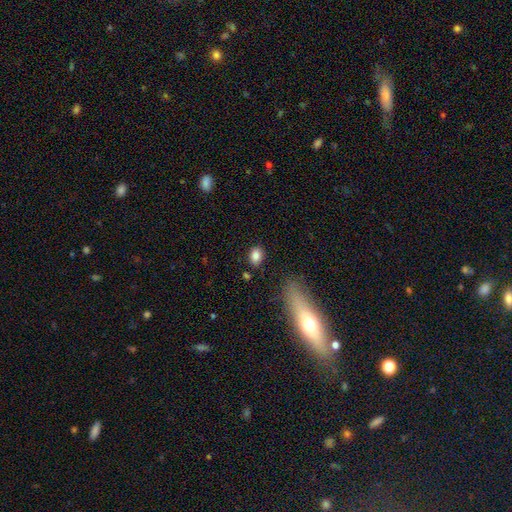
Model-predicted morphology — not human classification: smooth_or_featured: smooth (p=0.84) [alt: star or artifact p=0.09]
how_rounded: in between (p=0.74) [alt: round p=0.24]
merging: none (p=0.82) [alt: minor disturbance p=0.12]